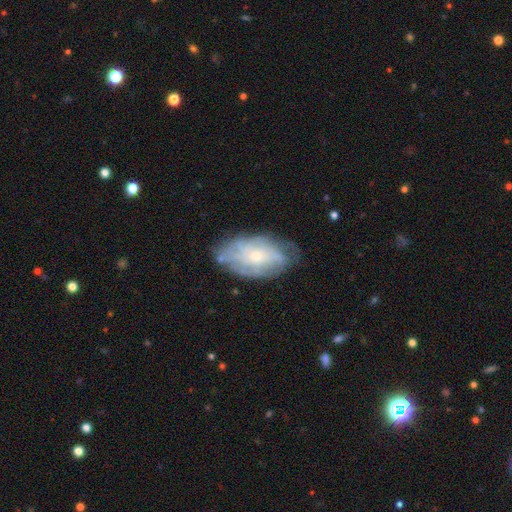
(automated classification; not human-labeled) The model was most divided on "smooth or featured": featured or disk: 62%, smooth: 31%, star or artifact: 8%. More confident: edge-on disk — no (93%); bar — no (80%); spiral arms — yes (69%); merging — none (69%); bulge size — small (66%).